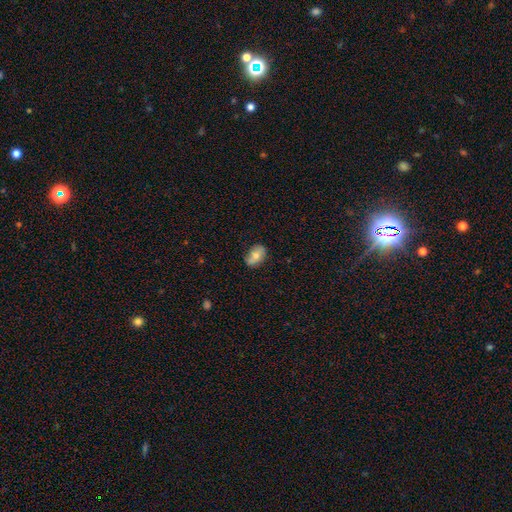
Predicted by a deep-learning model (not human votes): Morphology: type=smooth (69%); roundness=in between (85%); merging=none (73%).